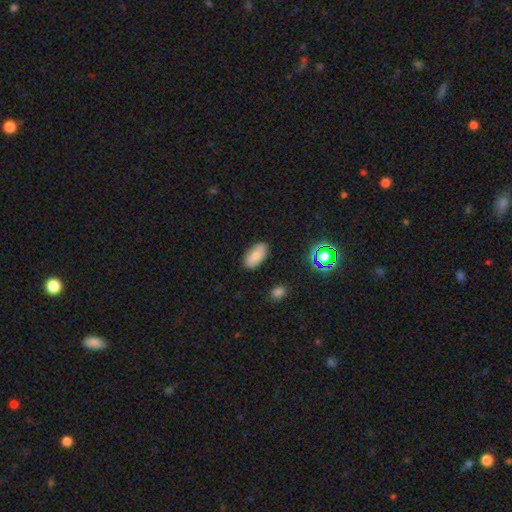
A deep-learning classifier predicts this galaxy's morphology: This appears to be a smooth galaxy with no disk features (74%) that is in between round and cigar-shaped (93%). Merging: none (85%).